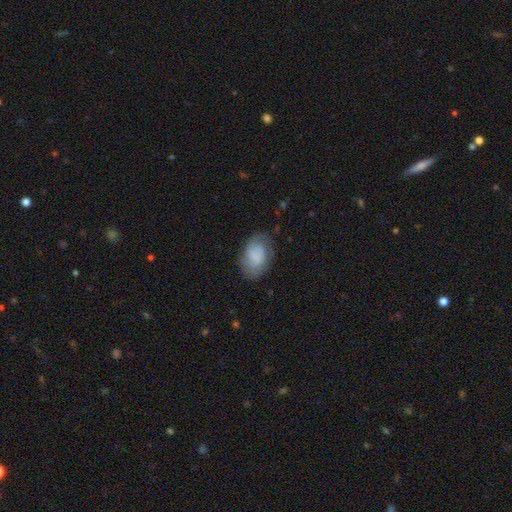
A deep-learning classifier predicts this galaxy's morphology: type=smooth (62%); roundness=in between (86%); merging=none (69%).